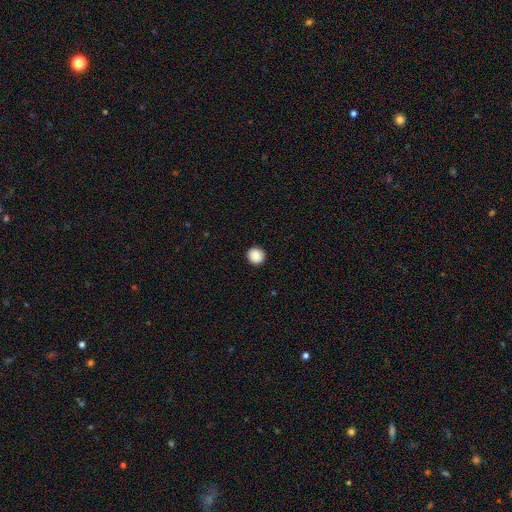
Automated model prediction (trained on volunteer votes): smooth-or-featured: smooth: 87% | star or artifact: 9% | featured or disk: 5%
  how-rounded: round: 94% | in between: 5% | cigar-shaped: 1%
  merging: none: 93% | minor disturbance: 5% | major disturbance: 2% | merger: 1%